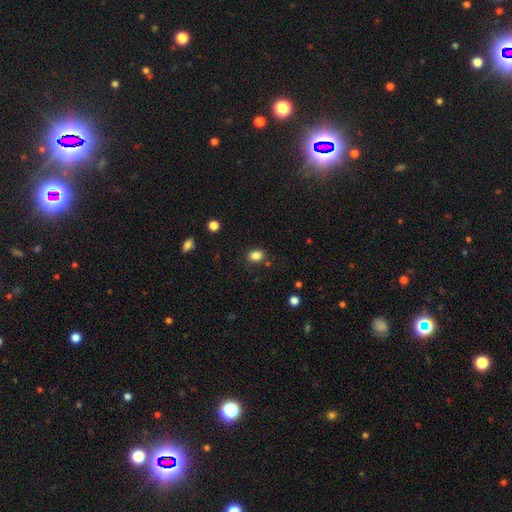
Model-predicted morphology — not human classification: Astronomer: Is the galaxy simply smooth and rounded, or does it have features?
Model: smooth — 85%.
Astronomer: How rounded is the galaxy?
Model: in between — 67%.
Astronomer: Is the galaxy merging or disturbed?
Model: none — 82%.